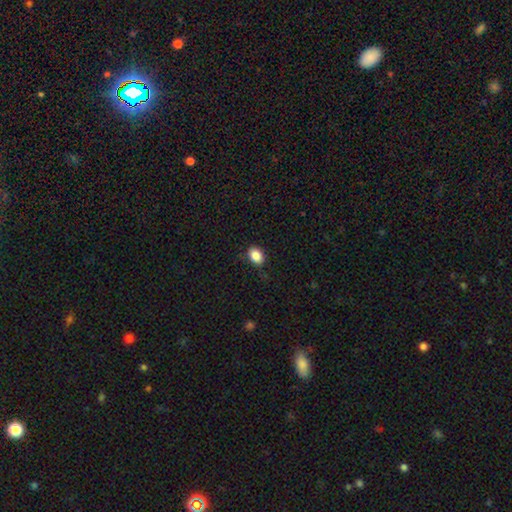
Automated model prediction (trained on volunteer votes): A smooth galaxy with no disk features (87%) that is in between round and cigar-shaped (76%).

Vote fractions:
- Smooth or featured? smooth: 87% / star or artifact: 9% / featured or disk: 4%
- How rounded? in between: 76% / round: 23% / cigar-shaped: 1%
- Merging? none: 81% / minor disturbance: 15% / major disturbance: 3% / merger: 1%